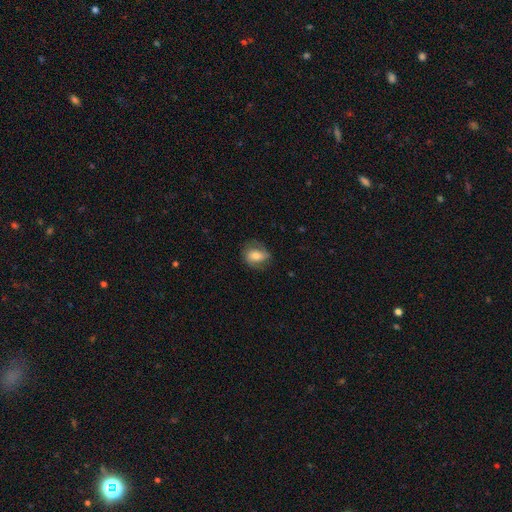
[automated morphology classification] The model was most divided on "smooth or featured": smooth: 48%, featured or disk: 44%, star or artifact: 8%. More confident: merging — none (69%).